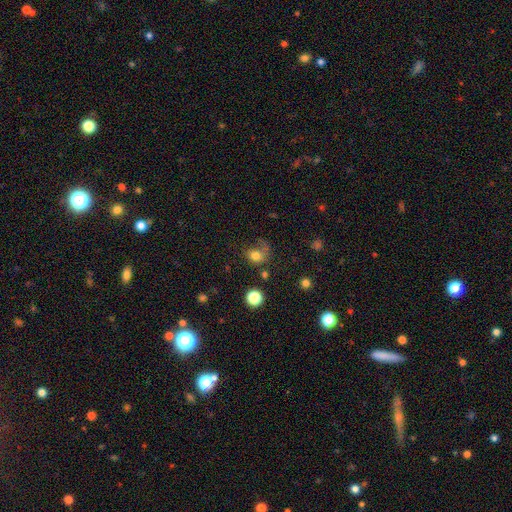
A smooth galaxy with no disk features (67%) that is round (73%).

Vote fractions:
- Smooth or featured? smooth: 67% / featured or disk: 23% / star or artifact: 10%
- How rounded? round: 73% / in between: 23% / cigar-shaped: 4%
- Merging? none: 46% / major disturbance: 26% / merger: 17% / minor disturbance: 11%